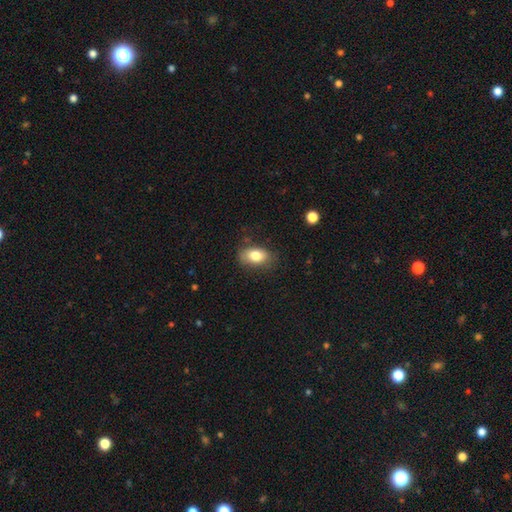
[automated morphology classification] Smooth or featured: smooth — 81% (featured or disk — 11%)
How rounded: in between — 87% (round — 11%)
Merging: none — 77% (minor disturbance — 17%)